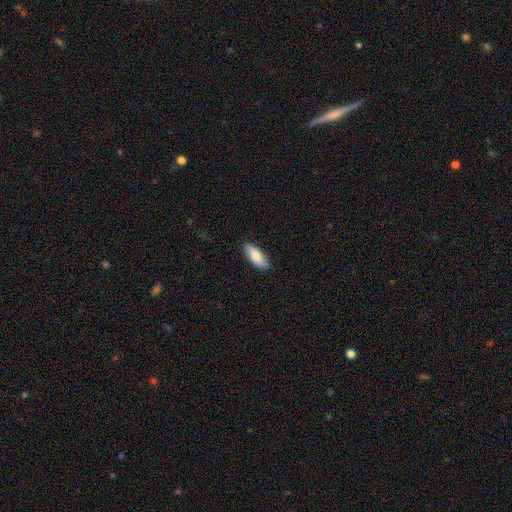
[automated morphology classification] Smooth or featured?
  - smooth: 82% *
  - featured or disk: 12%
  - star or artifact: 5%
How rounded?
  - in between: 72% *
  - cigar-shaped: 26%
  - round: 2%
Merging?
  - none: 86% *
  - minor disturbance: 11%
  - major disturbance: 2%
  - merger: 1%